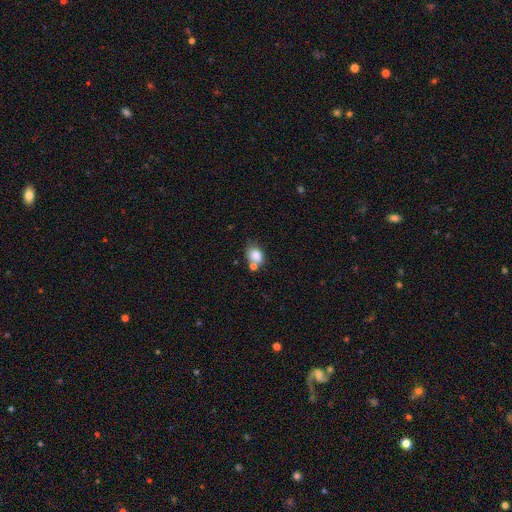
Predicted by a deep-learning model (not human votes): smooth-or-featured: smooth: 83% | star or artifact: 9% | featured or disk: 7%
  how-rounded: in between: 59% | round: 40% | cigar-shaped: 1%
  merging: none: 49% | merger: 27% | minor disturbance: 18% | major disturbance: 6%